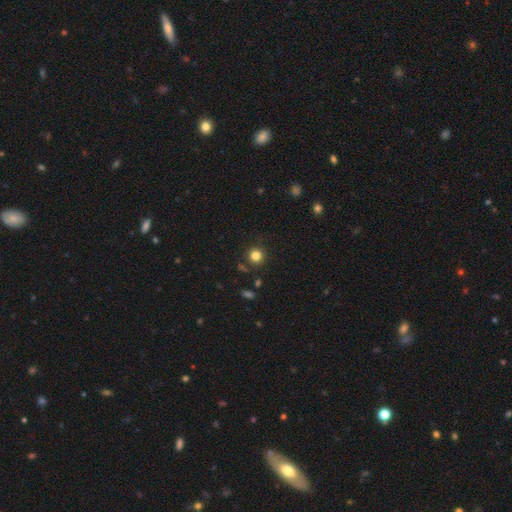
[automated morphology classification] Q: Smooth or featured?
A: smooth (81%); runner-up: star or artifact (14%)
Q: How rounded?
A: round (93%); runner-up: in between (6%)
Q: Merging?
A: none (87%); runner-up: minor disturbance (7%)